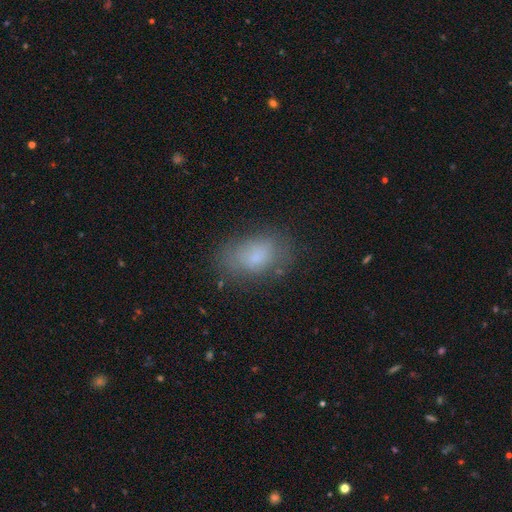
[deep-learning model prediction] smooth-or-featured: smooth: 73% | featured or disk: 16% | star or artifact: 11%
  how-rounded: in between: 85% | round: 13% | cigar-shaped: 2%
  merging: none: 70% | minor disturbance: 20% | major disturbance: 8% | merger: 2%